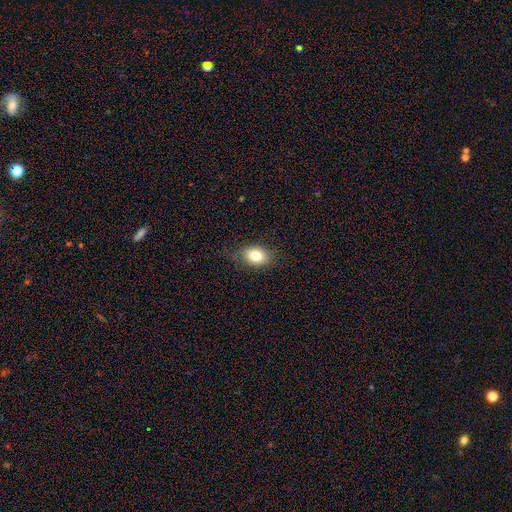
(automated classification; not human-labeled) Smooth or featured? Predicted: smooth (p=0.81). How rounded? Predicted: in between (p=0.78). Merging? Predicted: none (p=0.82).